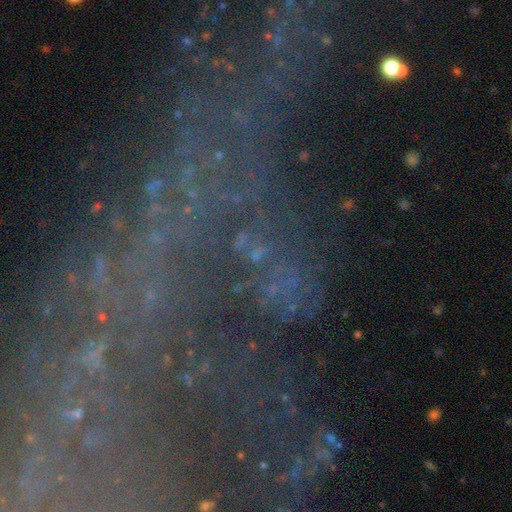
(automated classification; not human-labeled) Smooth or featured: star or artifact — 58% (featured or disk — 28%)